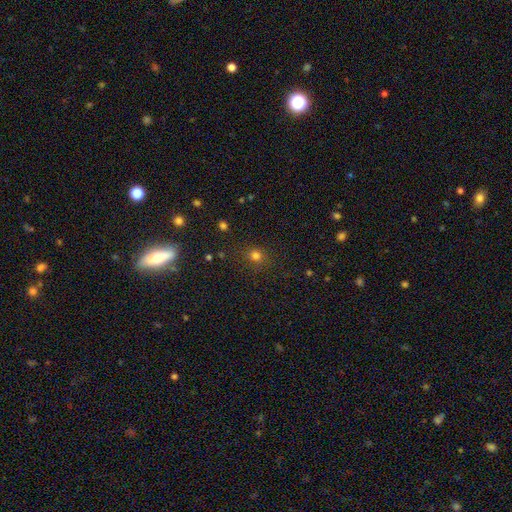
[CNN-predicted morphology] A smooth galaxy with no disk features (76%) that is round (84%). Merging: none (82%).